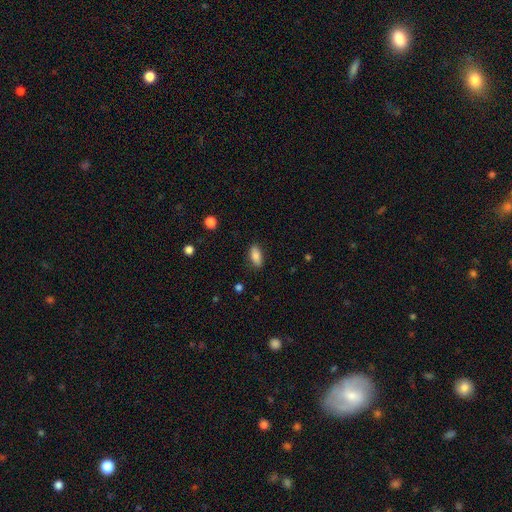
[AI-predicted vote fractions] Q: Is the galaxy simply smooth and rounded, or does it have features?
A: smooth — 84%.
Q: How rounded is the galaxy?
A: in between — 84%.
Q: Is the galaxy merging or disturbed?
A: none — 86%.